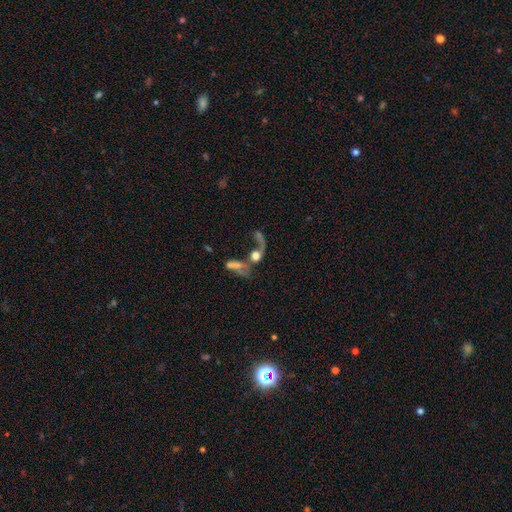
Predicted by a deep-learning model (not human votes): Smooth or featured? featured or disk (45%)
Merging? merger (52%)